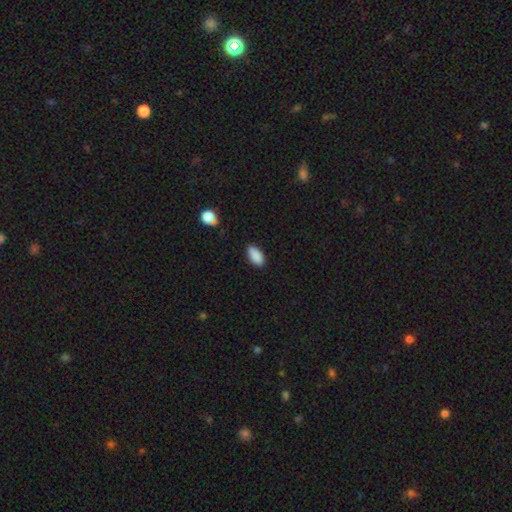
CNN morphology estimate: Q: Smooth or featured?
A: smooth (89%); runner-up: star or artifact (7%)
Q: How rounded?
A: in between (92%); runner-up: cigar-shaped (6%)
Q: Merging?
A: none (86%); runner-up: minor disturbance (11%)